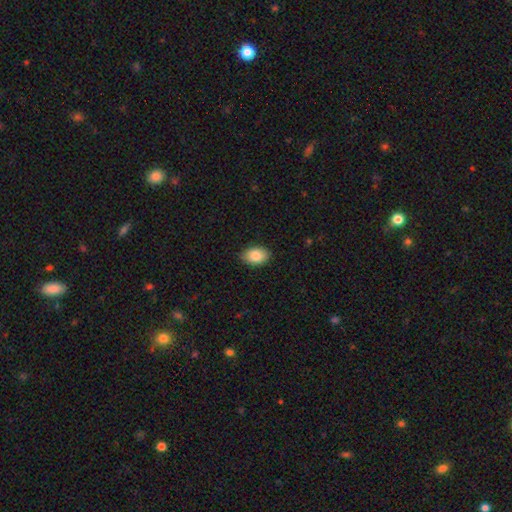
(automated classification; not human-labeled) Overall: smooth (85%). How rounded: in between (88%). Merging: none (86%).